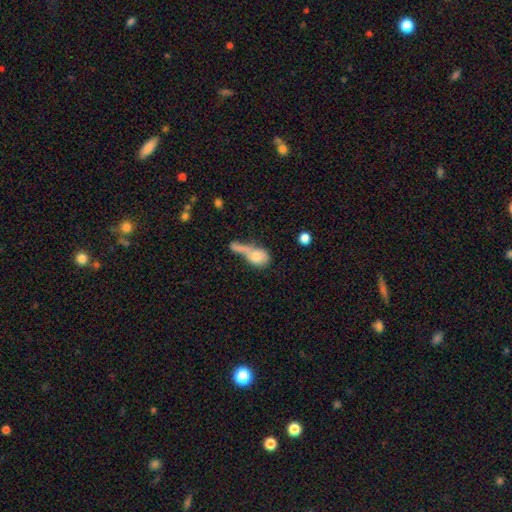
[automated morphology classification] type=smooth (68%); roundness=in between (52%); merging=merger (51%).